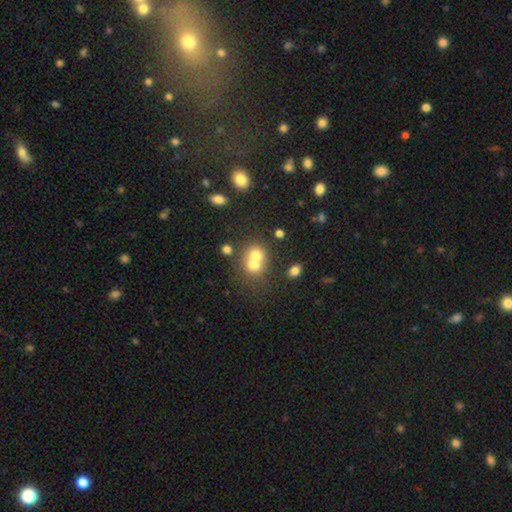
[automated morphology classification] smooth_or_featured: smooth (p=0.67) [alt: featured or disk p=0.20]
how_rounded: round (p=0.73) [alt: in between p=0.26]
merging: merger (p=0.65) [alt: none p=0.27]